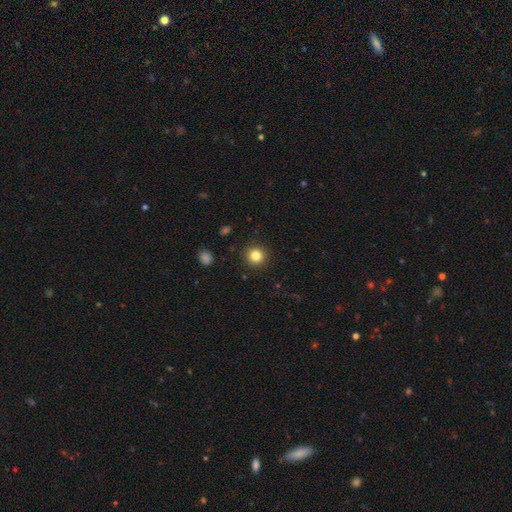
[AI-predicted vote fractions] Overall: smooth (82%). How rounded: round (94%). Merging: none (92%).